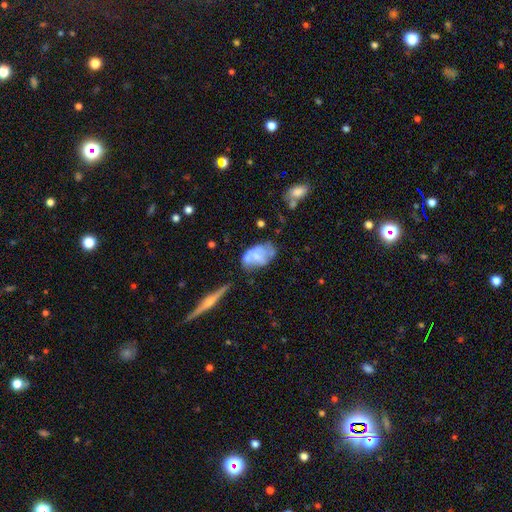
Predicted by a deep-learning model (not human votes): This is possibly a featured or disk galaxy (47%). Merging: marginally none (33%).